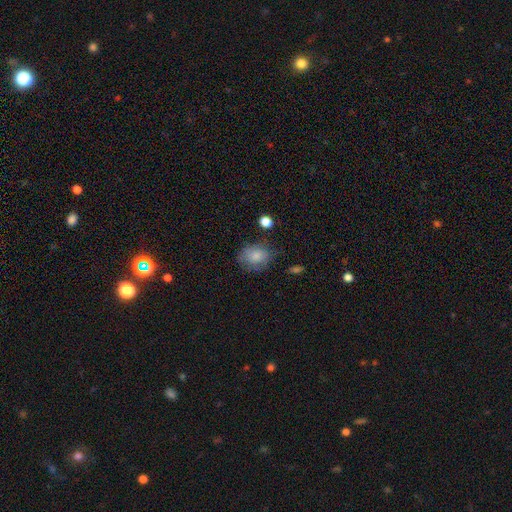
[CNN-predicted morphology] A smooth galaxy with no disk features (80%) that is in between round and cigar-shaped (52%).

Vote fractions:
- Smooth or featured? smooth: 80% / featured or disk: 12% / star or artifact: 8%
- How rounded? in between: 52% / round: 47% / cigar-shaped: 1%
- Merging? none: 64% / minor disturbance: 24% / major disturbance: 9% / merger: 3%